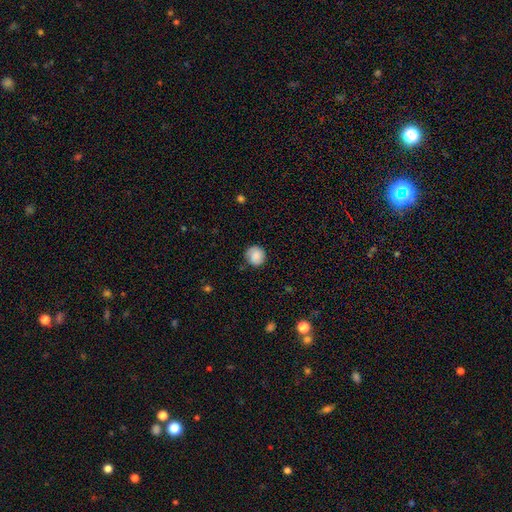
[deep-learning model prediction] A smooth galaxy with no disk features (85%) that is round (90%).

Vote fractions:
- Smooth or featured? smooth: 85% / star or artifact: 8% / featured or disk: 7%
- How rounded? round: 90% / in between: 10% / cigar-shaped: 1%
- Merging? none: 81% / minor disturbance: 15% / major disturbance: 3% / merger: 1%